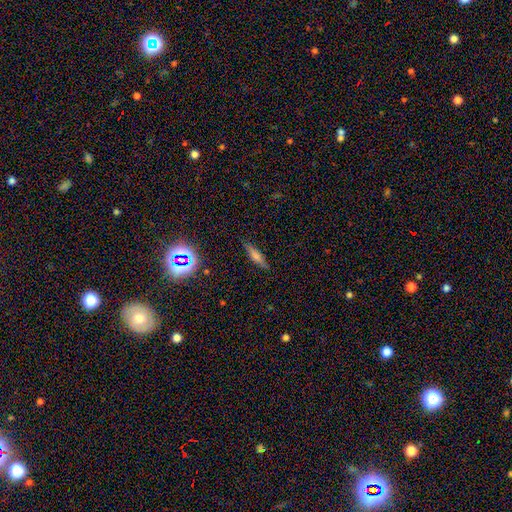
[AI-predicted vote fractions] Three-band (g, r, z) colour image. It shows a smooth galaxy with no disk features (48%). Merging: none (85%).